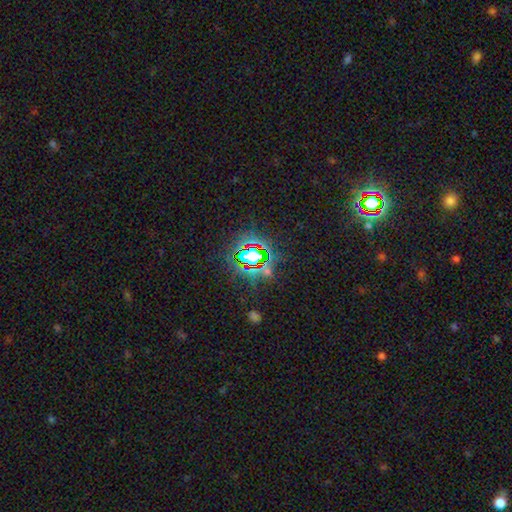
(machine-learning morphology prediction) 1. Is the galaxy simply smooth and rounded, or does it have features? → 75% star or artifact, 15% smooth, 10% featured or disk.